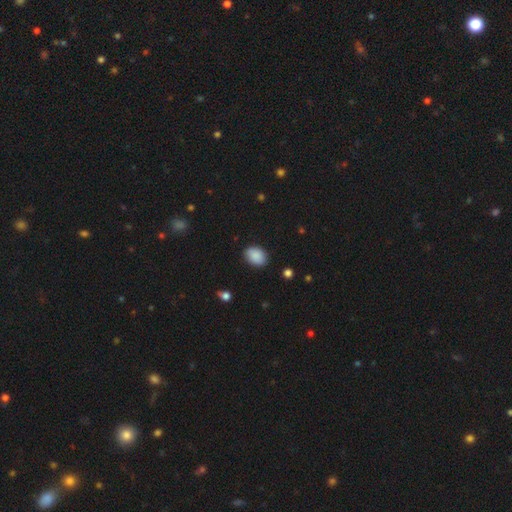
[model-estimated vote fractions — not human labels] This appears to be a smooth galaxy with no disk features (88%) that is in between round and cigar-shaped (78%). Merging: none (85%).